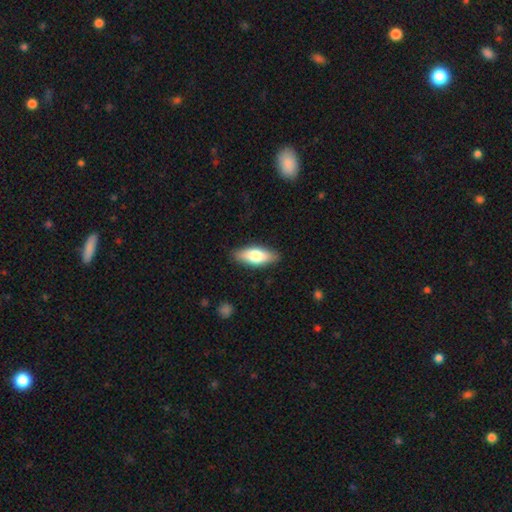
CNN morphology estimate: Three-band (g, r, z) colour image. It shows a smooth galaxy with no disk features (70%) that is in between round and cigar-shaped (74%). Merging: none (87%).